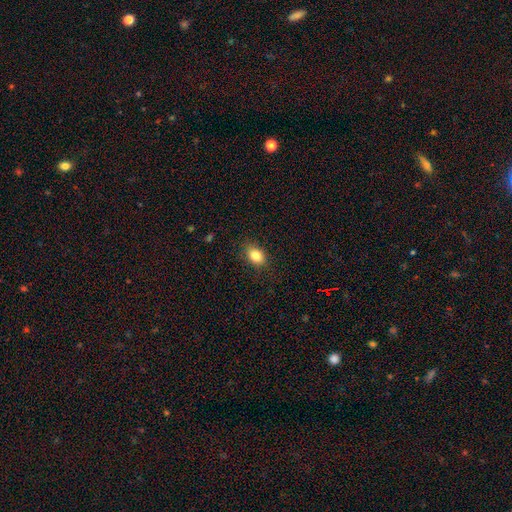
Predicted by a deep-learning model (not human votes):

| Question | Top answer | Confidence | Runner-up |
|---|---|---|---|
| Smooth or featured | smooth | 84% | star or artifact (9%) |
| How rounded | in between | 75% | round (24%) |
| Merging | none | 83% | minor disturbance (13%) |